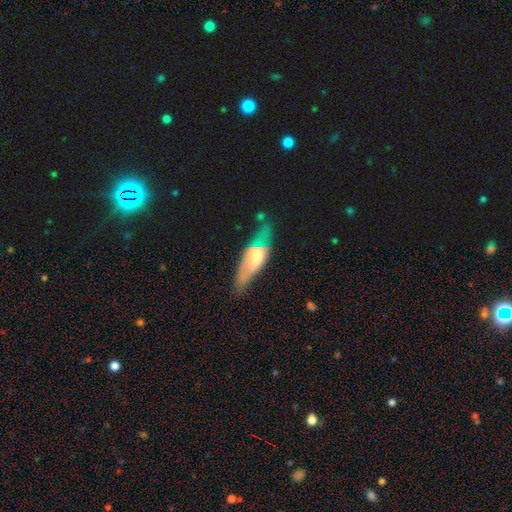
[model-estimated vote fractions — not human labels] The model was most divided on "edge-on disk": yes: 55%, no: 45%. More confident: smooth or featured — featured or disk (59%); merging — none (57%).